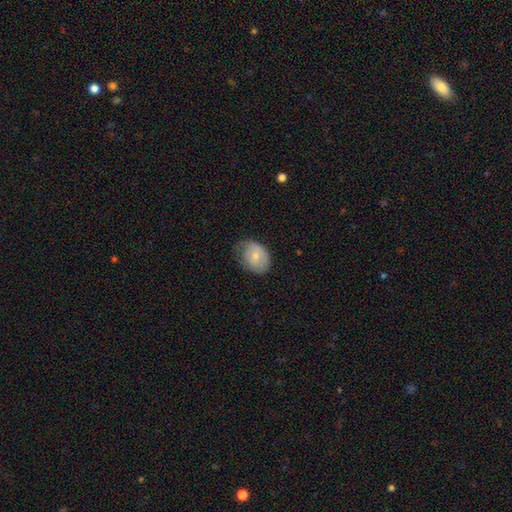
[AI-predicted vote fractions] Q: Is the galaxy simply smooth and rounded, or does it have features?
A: smooth — 64%.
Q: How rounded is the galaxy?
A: in between — 71%.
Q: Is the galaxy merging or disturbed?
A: none — 45%.